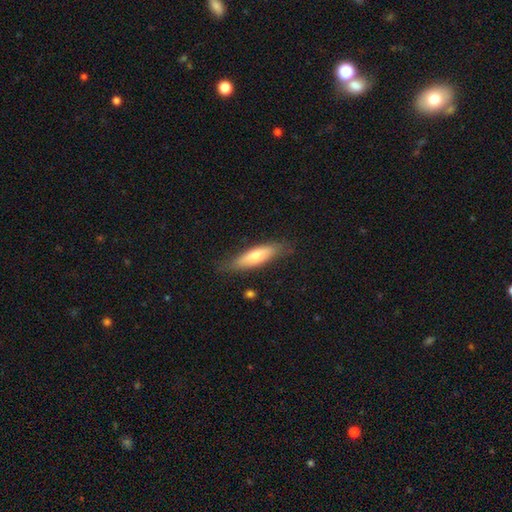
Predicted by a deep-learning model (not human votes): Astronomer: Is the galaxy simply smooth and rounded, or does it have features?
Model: smooth — 62%.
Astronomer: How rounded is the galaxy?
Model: cigar-shaped — 66%.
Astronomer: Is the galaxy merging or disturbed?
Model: none — 80%.